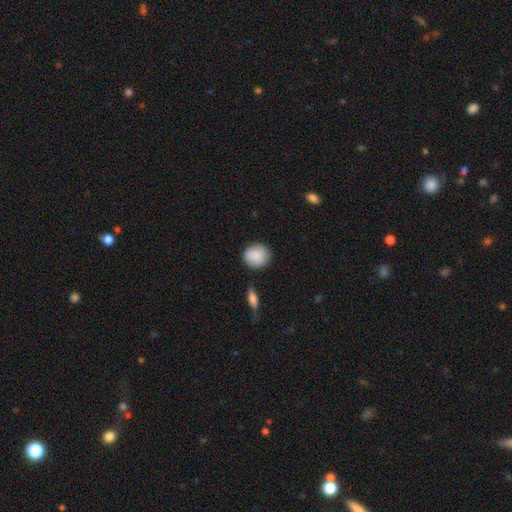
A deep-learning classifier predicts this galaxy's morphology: This appears to be a smooth galaxy with no disk features (89%) that is round (80%). Merging: none (84%).